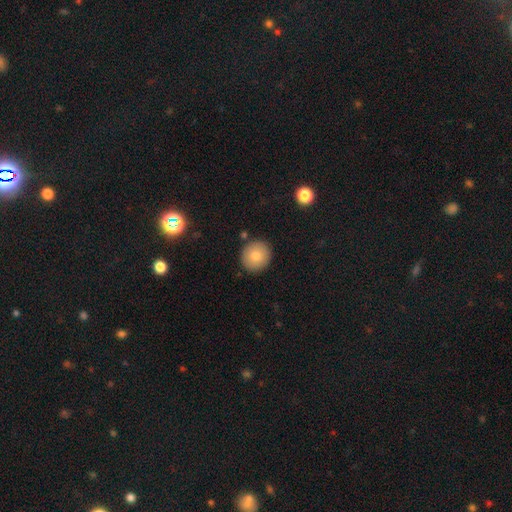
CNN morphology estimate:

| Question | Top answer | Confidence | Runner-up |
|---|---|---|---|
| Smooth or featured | smooth | 78% | featured or disk (13%) |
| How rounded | round | 88% | in between (11%) |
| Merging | none | 89% | minor disturbance (7%) |